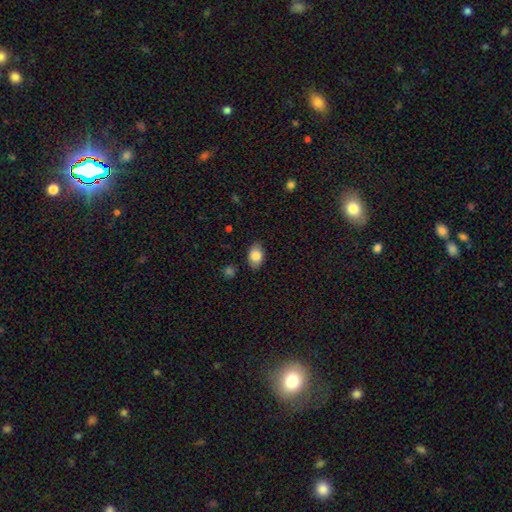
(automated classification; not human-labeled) Smooth or featured: smooth — 82% (featured or disk — 11%)
How rounded: in between — 84% (round — 14%)
Merging: none — 84% (minor disturbance — 12%)